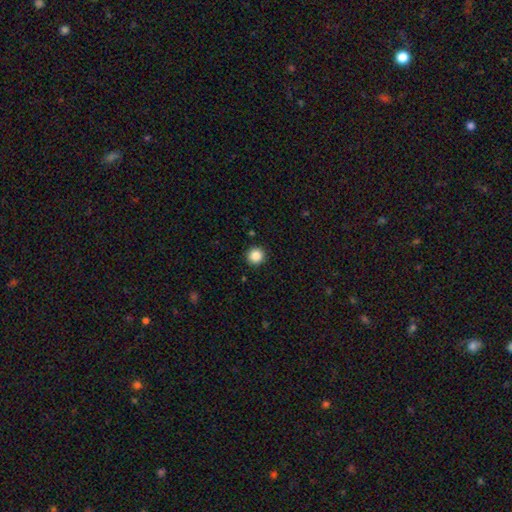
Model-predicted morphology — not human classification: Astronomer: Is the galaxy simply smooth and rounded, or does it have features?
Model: smooth — 86%.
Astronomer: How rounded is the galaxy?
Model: round — 95%.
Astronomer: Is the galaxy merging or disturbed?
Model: none — 92%.